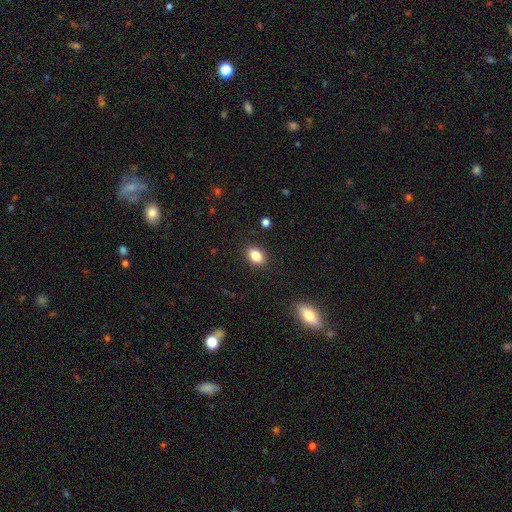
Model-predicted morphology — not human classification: smooth_or_featured: smooth (p=0.85) [alt: star or artifact p=0.09]
how_rounded: in between (p=0.84) [alt: round p=0.15]
merging: none (p=0.89) [alt: minor disturbance p=0.08]